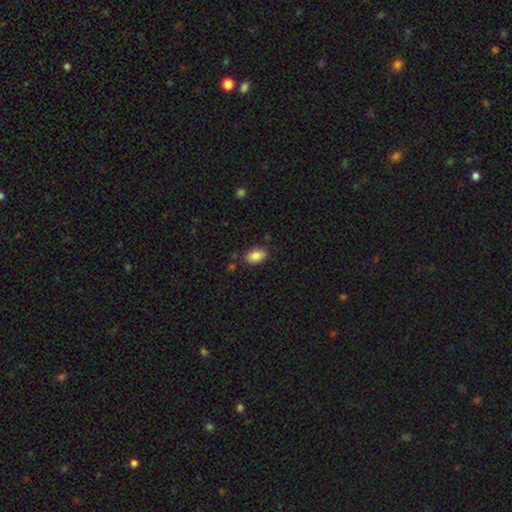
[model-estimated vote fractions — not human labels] Q: Smooth or featured?
A: smooth (87%); runner-up: star or artifact (8%)
Q: How rounded?
A: in between (88%); runner-up: round (11%)
Q: Merging?
A: none (83%); runner-up: minor disturbance (12%)